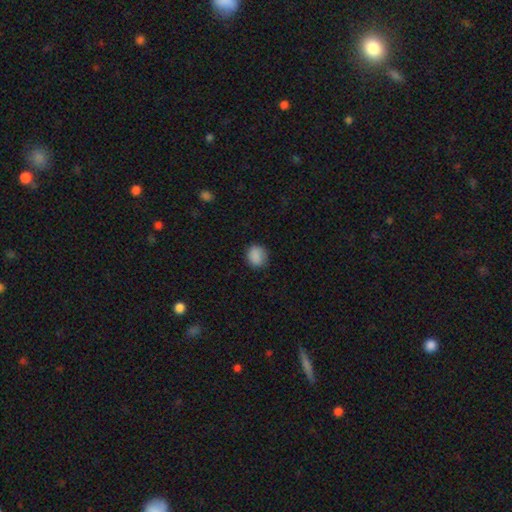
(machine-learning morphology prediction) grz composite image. It shows a smooth galaxy with no disk features (88%) that is round (72%). Merging: none (84%).